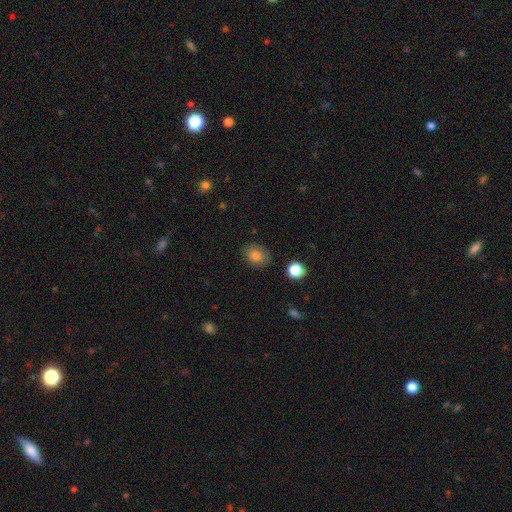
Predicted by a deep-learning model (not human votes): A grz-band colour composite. It shows a smooth galaxy with no disk features (83%) that is in between round and cigar-shaped (60%). Merging: none (83%).